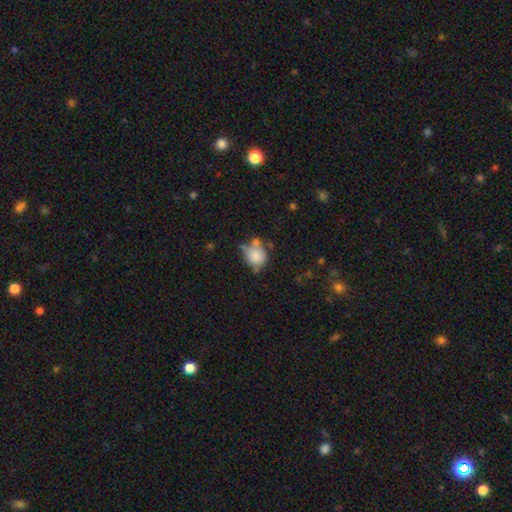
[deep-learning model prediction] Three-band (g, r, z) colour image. It shows a smooth galaxy with no disk features (79%) that is round (69%). Merging: none (44%).